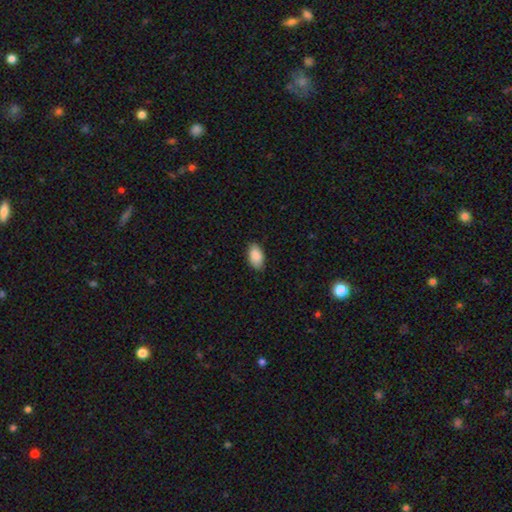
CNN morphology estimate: Q: Smooth or featured?
A: smooth (89%); runner-up: star or artifact (6%)
Q: How rounded?
A: in between (94%); runner-up: round (4%)
Q: Merging?
A: none (84%); runner-up: minor disturbance (13%)